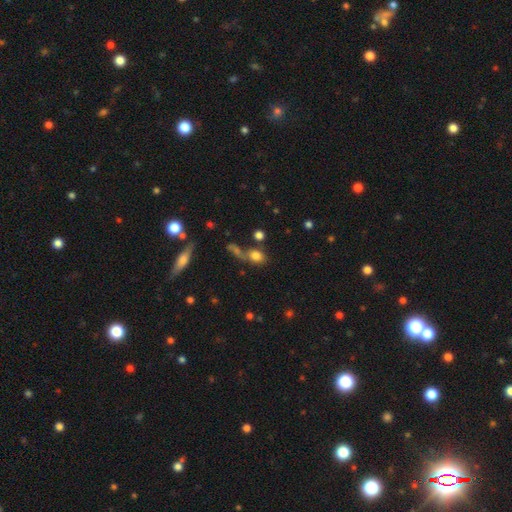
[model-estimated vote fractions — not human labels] A smooth galaxy with no disk features (76%) that is in between round and cigar-shaped (49%). Merging: none (48%).